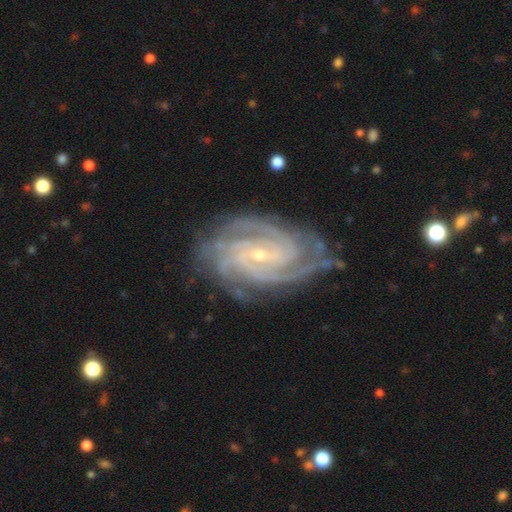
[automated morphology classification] type=featured or disk (91%); edge-on=no (97%); bar=no (49%); spiral arms=yes (99%); winding=tight (74%); arm count=4 (27%); bulge=small (81%); merging=none (79%).